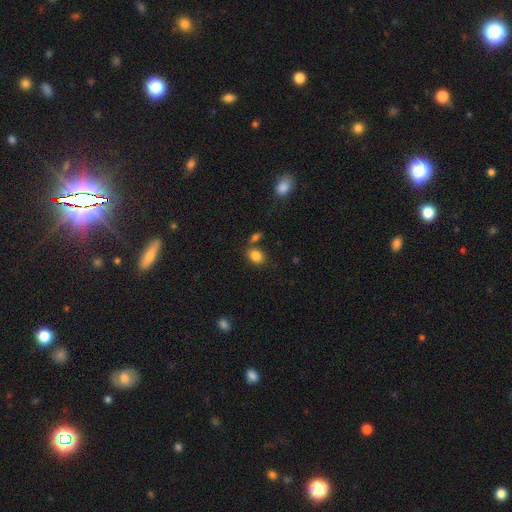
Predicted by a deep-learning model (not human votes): Overall: smooth (84%). How rounded: in between (63%; round 36%). Merging: none (68%).